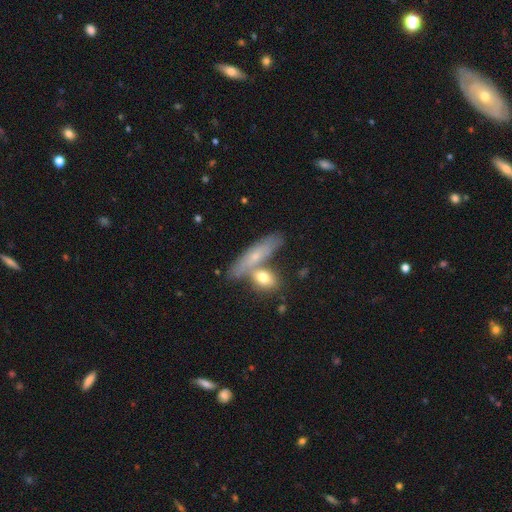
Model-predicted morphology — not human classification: smooth 52%, featured or disk 41%, star or artifact 7%. Down the decision tree: how rounded — cigar-shaped (64%); merging — none (53%).